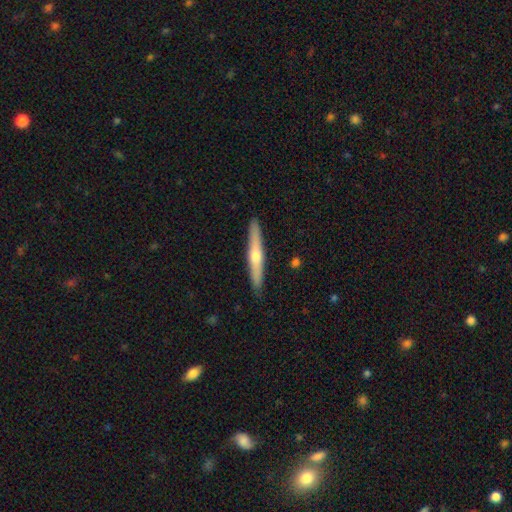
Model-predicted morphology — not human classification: Smooth or featured? featured or disk (57%)
Edge-on disk? yes (95%)
Edge-on bulge? rounded (85%)
Merging? none (91%)